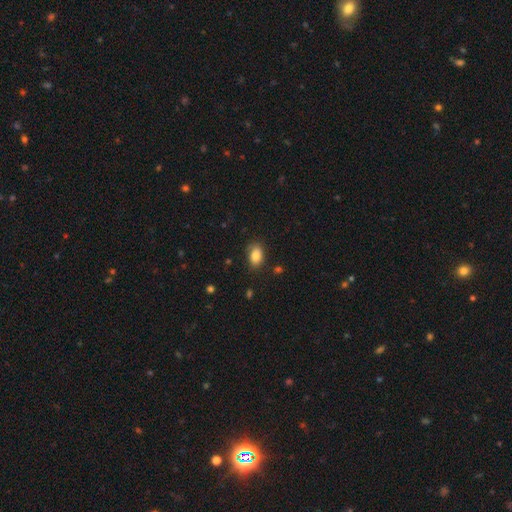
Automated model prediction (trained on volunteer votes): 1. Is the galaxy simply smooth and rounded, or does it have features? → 85% smooth, 8% star or artifact, 7% featured or disk.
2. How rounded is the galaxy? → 85% in between, 13% round, 1% cigar-shaped.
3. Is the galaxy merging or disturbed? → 82% none, 13% minor disturbance, 3% major disturbance, 1% merger.